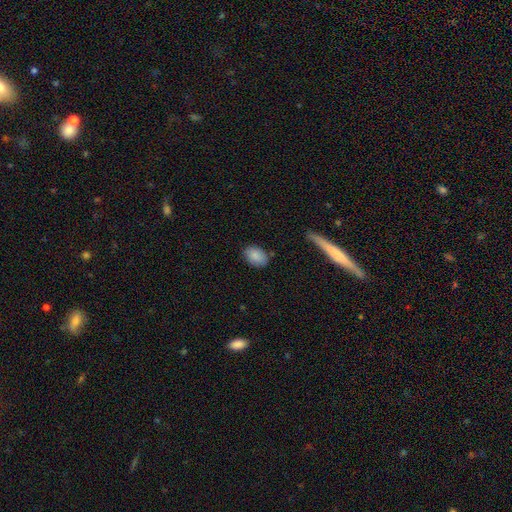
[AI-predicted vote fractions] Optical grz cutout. It shows a smooth galaxy with no disk features (87%) that is in between round and cigar-shaped (83%). Merging: none (79%).